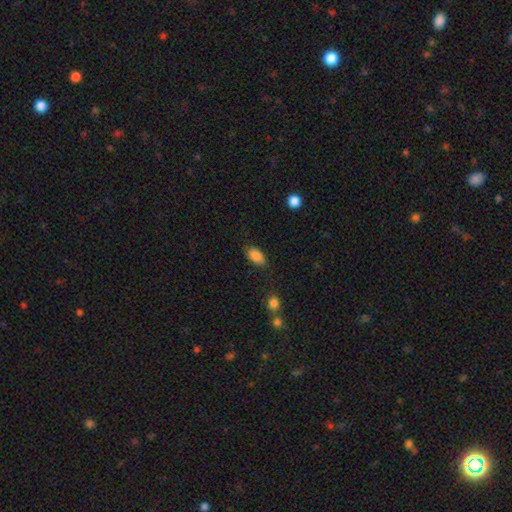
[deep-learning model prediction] Q: Smooth or featured?
A: smooth (86%); runner-up: star or artifact (8%)
Q: How rounded?
A: in between (92%); runner-up: round (5%)
Q: Merging?
A: none (82%); runner-up: minor disturbance (13%)